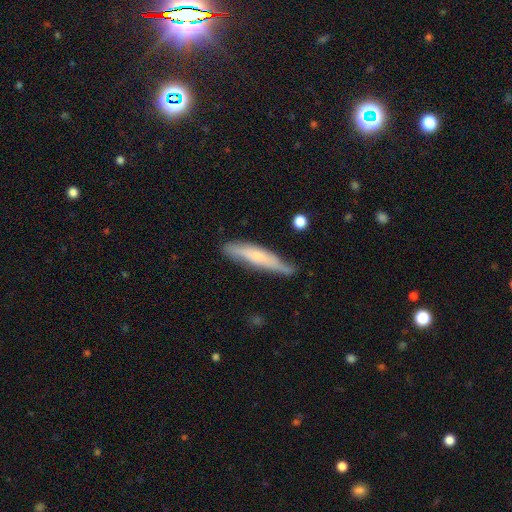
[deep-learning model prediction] Smooth or featured? Predicted: smooth (p=0.58). How rounded? Predicted: cigar-shaped (p=0.84). Merging? Predicted: none (p=0.60).